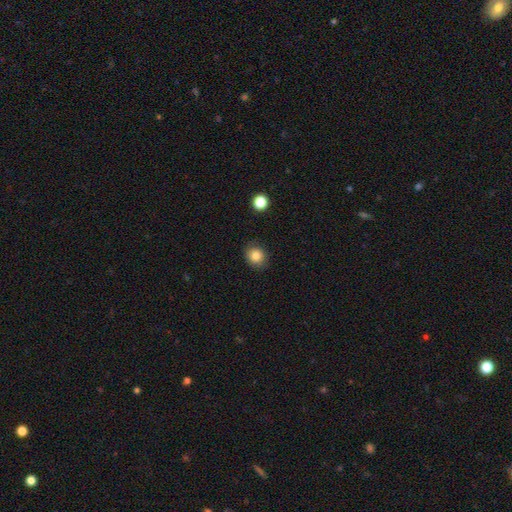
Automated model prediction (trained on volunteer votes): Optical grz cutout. It shows a smooth galaxy with no disk features (83%) that is round (73%). Merging: none (87%).